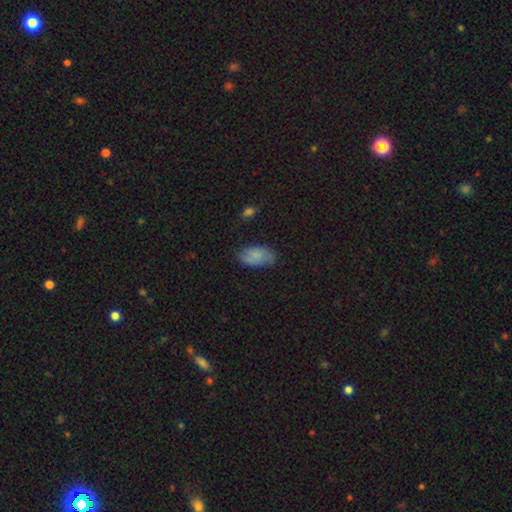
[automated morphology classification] type=smooth (76%); roundness=in between (94%); merging=none (73%).